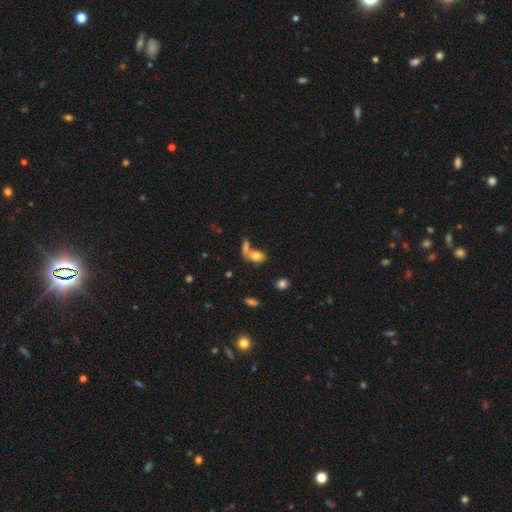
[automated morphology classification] smooth_or_featured: smooth (p=0.73) [alt: featured or disk p=0.16]
how_rounded: in between (p=0.82) [alt: round p=0.10]
merging: merger (p=0.48) [alt: none p=0.33]